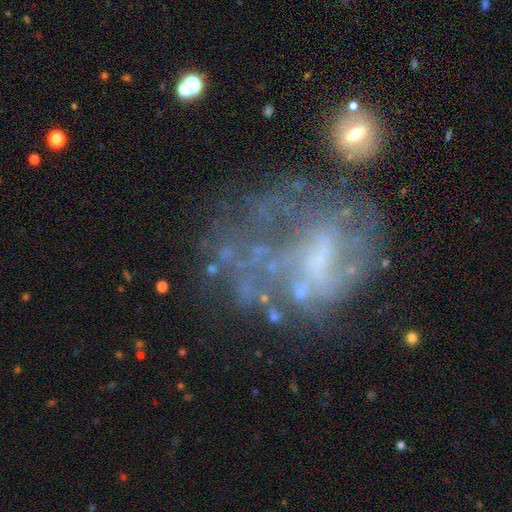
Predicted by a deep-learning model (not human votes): The model was most divided on "merging": none: 38%, major disturbance: 33%, minor disturbance: 17%, merger: 13%. More confident: edge-on disk — no (97%); bar — no (66%); smooth or featured — featured or disk (66%); spiral arms — no (62%); bulge size — none (58%).